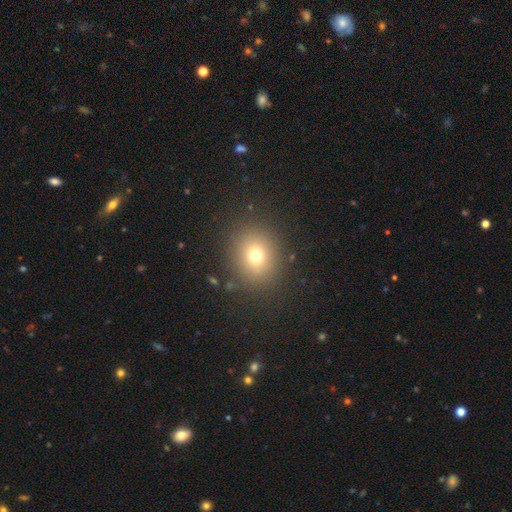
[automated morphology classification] type=smooth (71%); roundness=round (79%); merging=none (87%).